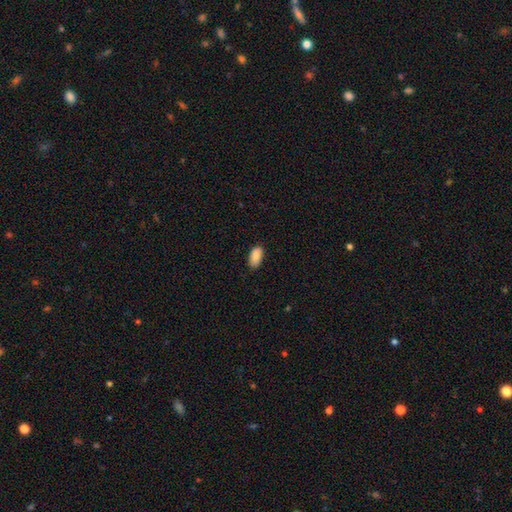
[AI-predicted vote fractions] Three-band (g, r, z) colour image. It shows a smooth galaxy with no disk features (89%) that is in between round and cigar-shaped (94%). Merging: none (82%).